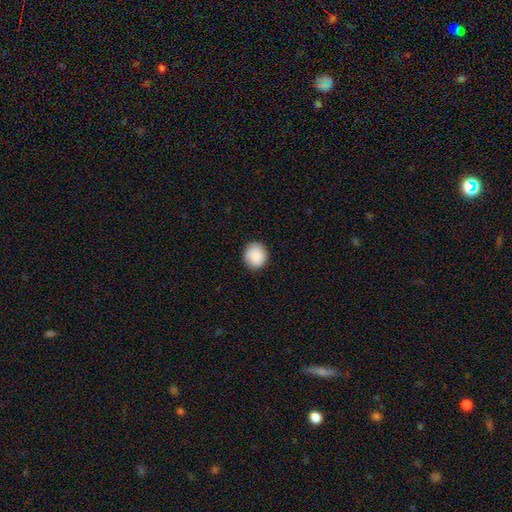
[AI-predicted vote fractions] Smooth or featured? Predicted: smooth (p=0.88). How rounded? Predicted: round (p=0.84). Merging? Predicted: none (p=0.85).